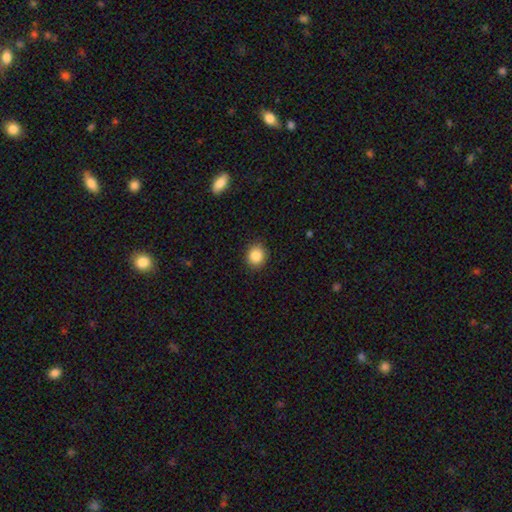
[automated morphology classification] smooth 86%, star or artifact 9%, featured or disk 5%. Down the decision tree: how rounded — round (76%); merging — none (90%).